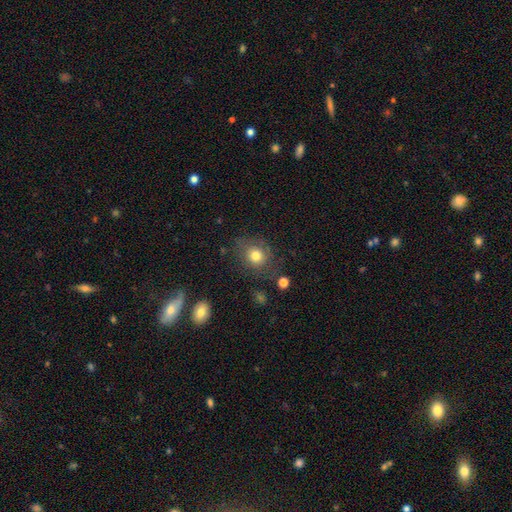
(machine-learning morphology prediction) A smooth galaxy with no disk features (76%) that is round (68%).

Vote fractions:
- Smooth or featured? smooth: 76% / featured or disk: 13% / star or artifact: 11%
- How rounded? round: 68% / in between: 31% / cigar-shaped: 1%
- Merging? none: 71% / minor disturbance: 18% / major disturbance: 8% / merger: 3%